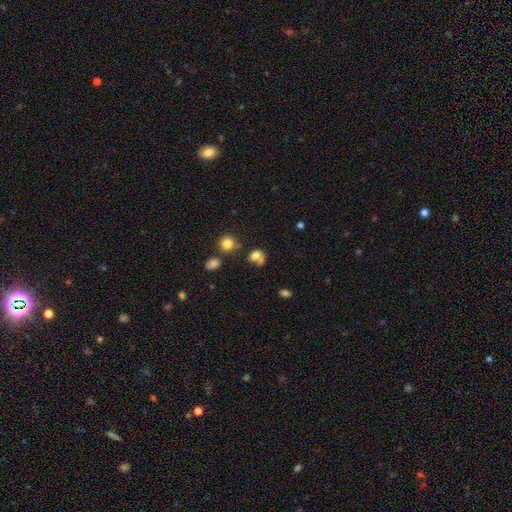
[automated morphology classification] type=smooth (68%); roundness=round (51%); merging=none (35%).